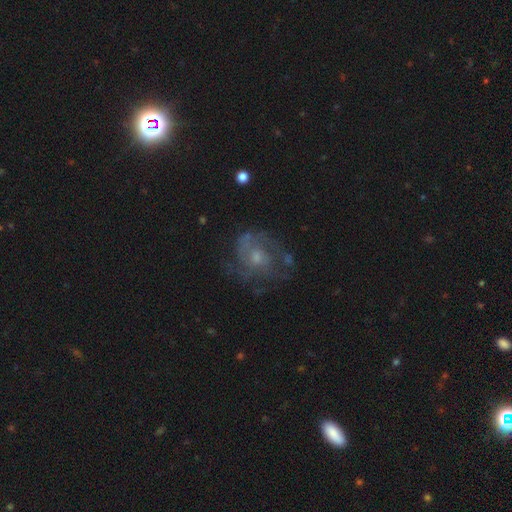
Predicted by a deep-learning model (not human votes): Smooth or featured? featured or disk (73%)
Edge-on disk? no (98%)
Bar? no (73%)
Spiral arms? yes (82%)
Spiral winding? medium (45%)
Spiral arm count? 2 (37%)
Bulge size? small (51%)
Merging? none (63%)